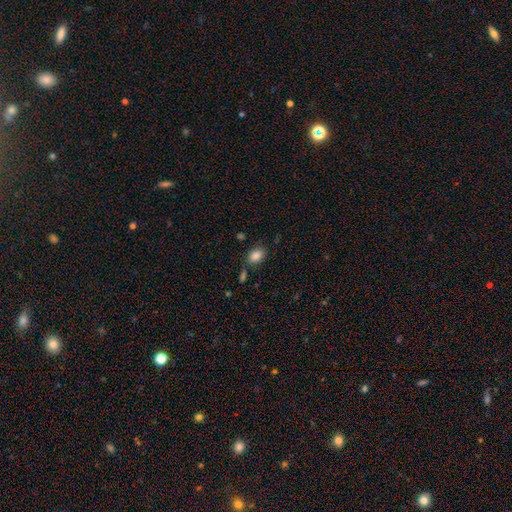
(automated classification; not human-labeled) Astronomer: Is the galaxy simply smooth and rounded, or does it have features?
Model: smooth — 86%.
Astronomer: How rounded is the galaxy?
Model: in between — 76%.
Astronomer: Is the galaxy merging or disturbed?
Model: none — 74%.